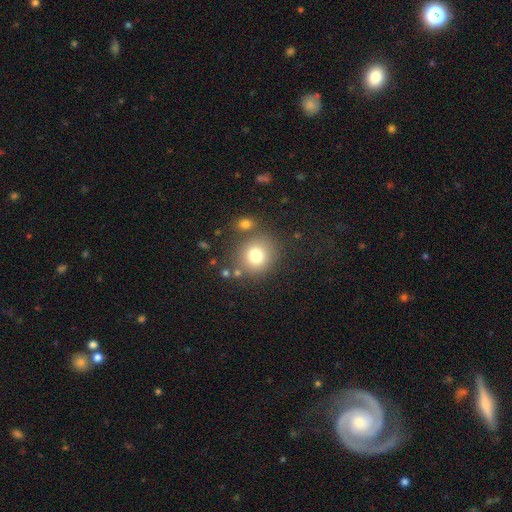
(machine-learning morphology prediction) Smooth or featured? Predicted: smooth (p=0.77). How rounded? Predicted: round (p=0.87). Merging? Predicted: none (p=0.76).